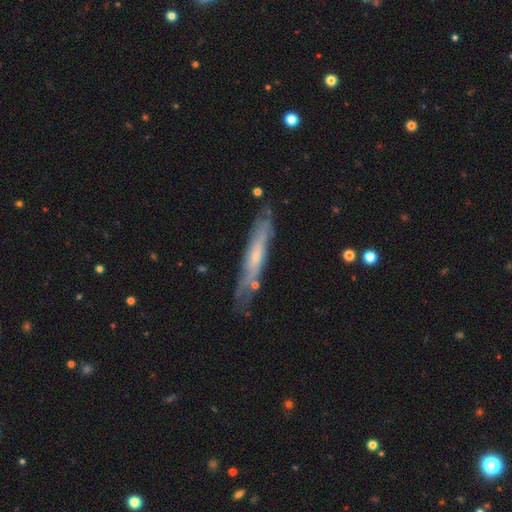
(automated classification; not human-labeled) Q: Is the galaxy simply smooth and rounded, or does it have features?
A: featured or disk — 63%.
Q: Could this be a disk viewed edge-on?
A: yes — 66%.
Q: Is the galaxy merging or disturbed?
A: none — 69%.